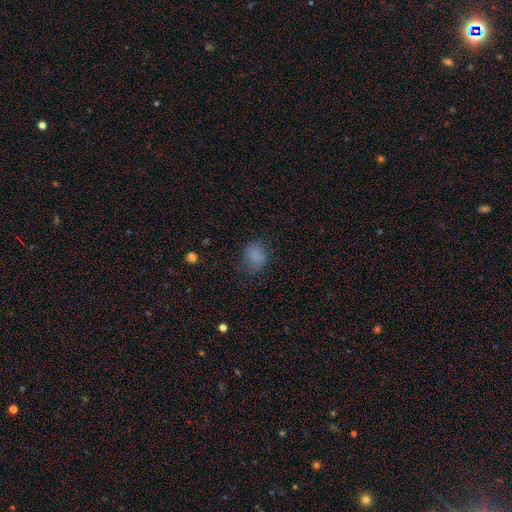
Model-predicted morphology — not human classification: Smooth or featured: smooth — 81% (star or artifact — 12%)
How rounded: round — 58% (in between — 41%)
Merging: none — 70% (minor disturbance — 20%)